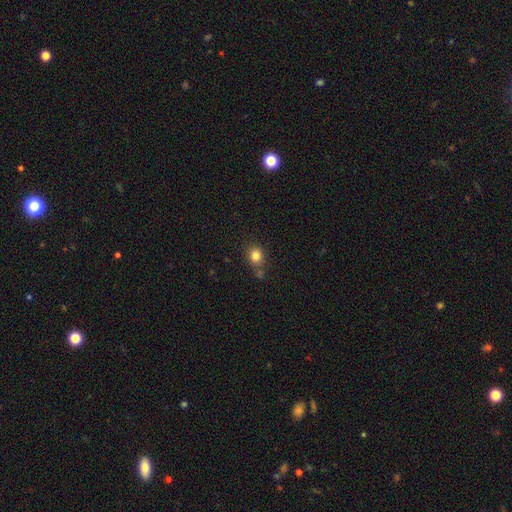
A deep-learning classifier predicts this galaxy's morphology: smooth-or-featured: smooth: 82% | star or artifact: 12% | featured or disk: 6%
  how-rounded: round: 73% | in between: 26% | cigar-shaped: 1%
  merging: none: 71% | minor disturbance: 13% | merger: 12% | major disturbance: 4%